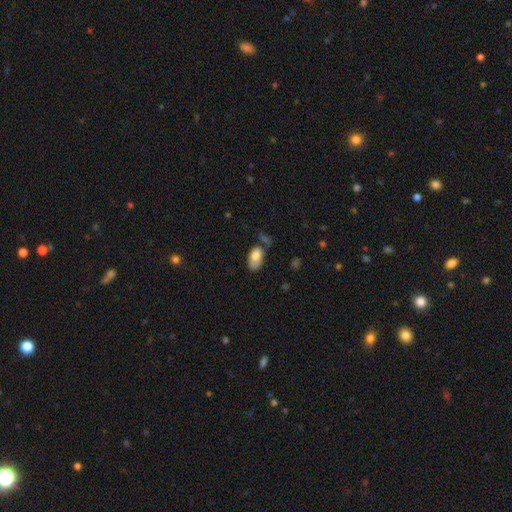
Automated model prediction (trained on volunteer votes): This appears to be a smooth galaxy with no disk features (76%) that is in between round and cigar-shaped (92%). Merging: none (39%).